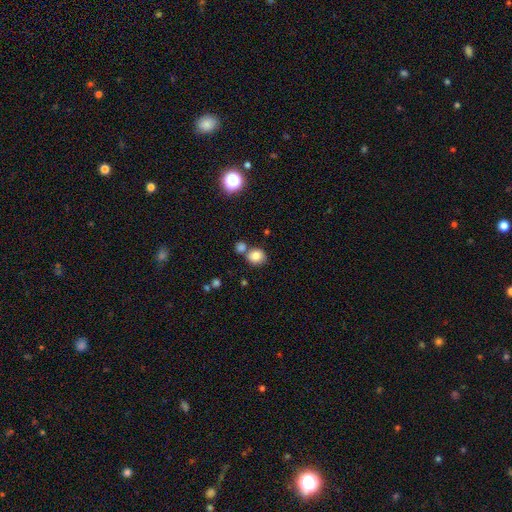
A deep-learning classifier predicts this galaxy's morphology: Smooth or featured: smooth — 82% (star or artifact — 11%)
How rounded: round — 75% (in between — 24%)
Merging: none — 59% (merger — 27%)